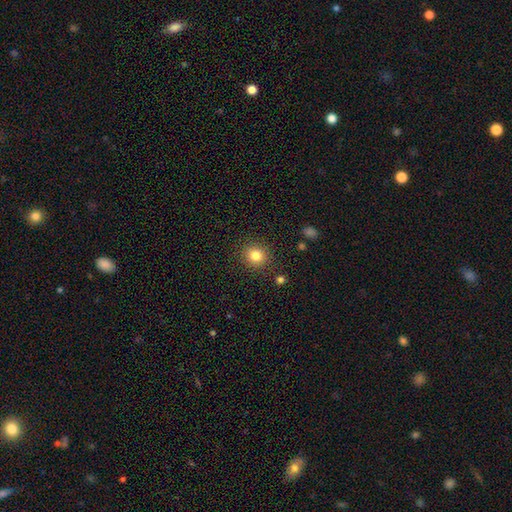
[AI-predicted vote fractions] smooth 82%, star or artifact 11%, featured or disk 6%. Down the decision tree: how rounded — round (83%); merging — none (89%).